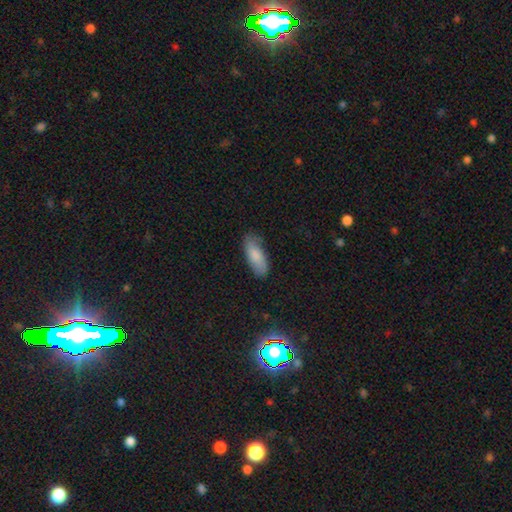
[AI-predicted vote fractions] A smooth galaxy with no disk features (79%) that is in between round and cigar-shaped (74%). Merging: none (77%).